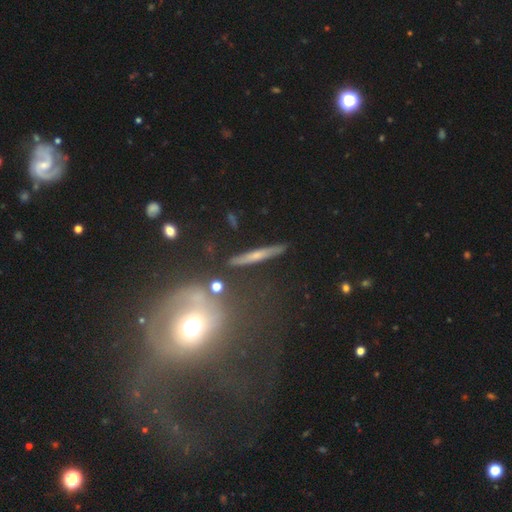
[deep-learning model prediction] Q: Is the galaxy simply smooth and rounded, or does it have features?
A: featured or disk — 54%.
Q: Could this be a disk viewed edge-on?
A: yes — 92%.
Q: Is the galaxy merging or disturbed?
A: none — 86%.